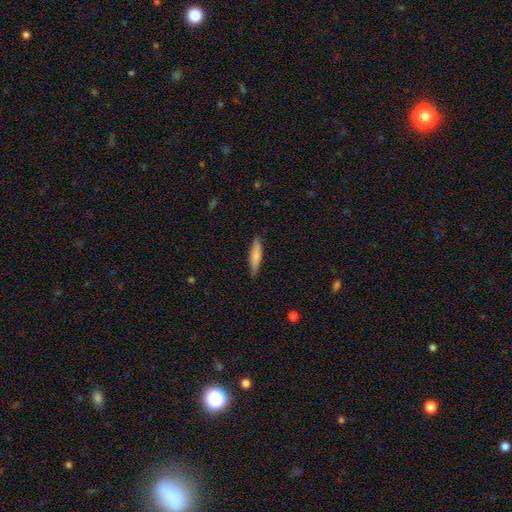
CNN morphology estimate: Smooth or featured: smooth — 75% (featured or disk — 19%)
How rounded: cigar-shaped — 78% (in between — 21%)
Merging: none — 85% (minor disturbance — 12%)